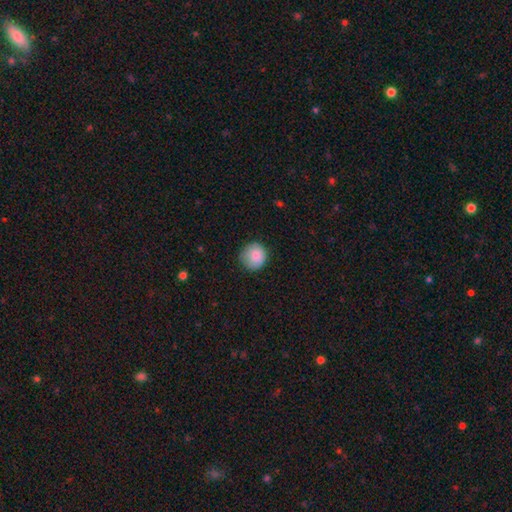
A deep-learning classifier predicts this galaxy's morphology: smooth_or_featured: smooth (p=0.86) [alt: star or artifact p=0.07]
how_rounded: round (p=0.91) [alt: in between p=0.08]
merging: none (p=0.79) [alt: minor disturbance p=0.17]